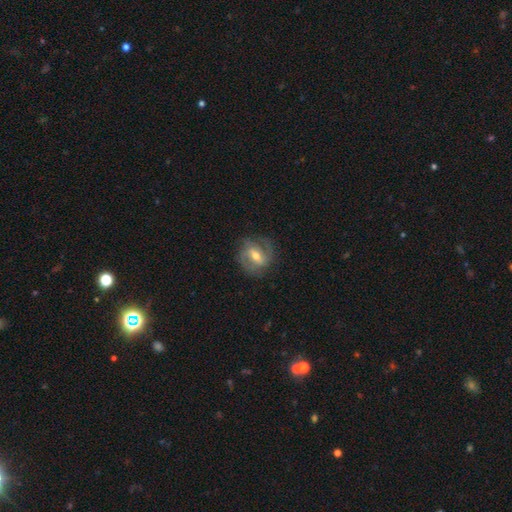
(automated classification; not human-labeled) smooth_or_featured: featured or disk (p=0.73) [alt: smooth p=0.20]
disk_edge_on: no (p=0.95) [alt: yes p=0.05]
bar: weak (p=0.45) [alt: strong p=0.38]
has_spiral_arms: yes (p=0.87) [alt: no p=0.13]
spiral_winding: medium (p=0.47) [alt: tight p=0.33]
spiral_arm_count: 2 (p=0.72) [alt: can't tell p=0.13]
bulge_size: moderate (p=0.64) [alt: small p=0.28]
merging: none (p=0.74) [alt: minor disturbance p=0.17]